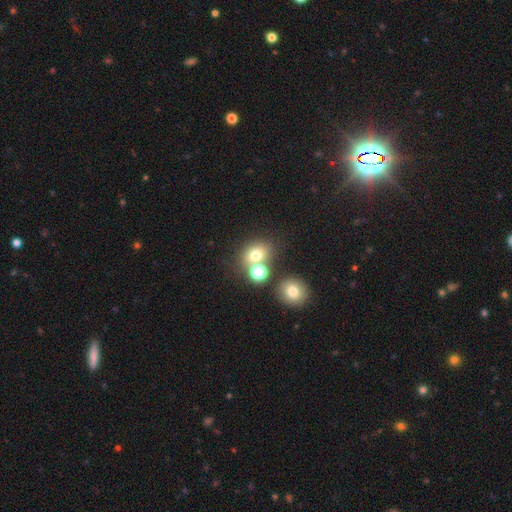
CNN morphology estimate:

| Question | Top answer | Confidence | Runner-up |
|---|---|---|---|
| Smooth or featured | smooth | 71% | star or artifact (17%) |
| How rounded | round | 59% | in between (39%) |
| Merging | none | 56% | merger (30%) |